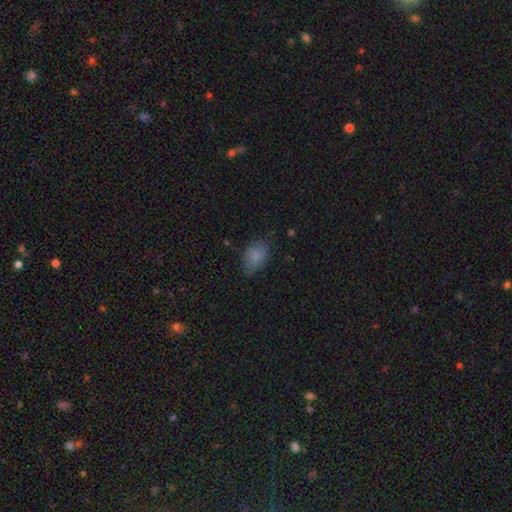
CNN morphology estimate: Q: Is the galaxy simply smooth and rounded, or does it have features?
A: smooth — 82%.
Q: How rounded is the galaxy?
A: in between — 87%.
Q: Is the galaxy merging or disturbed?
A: none — 64%.